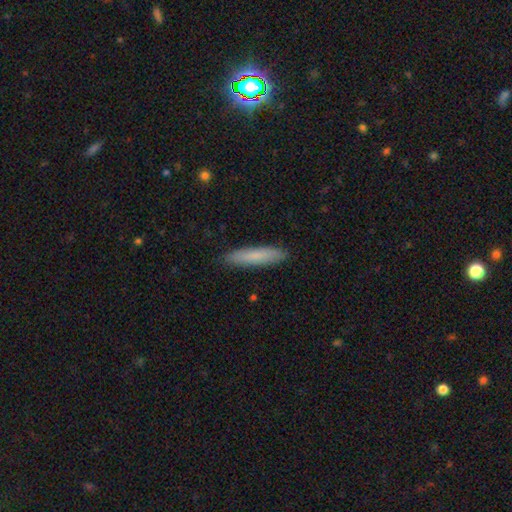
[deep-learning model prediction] smooth_or_featured: smooth (p=0.79) [alt: featured or disk p=0.15]
how_rounded: cigar-shaped (p=0.88) [alt: in between p=0.10]
merging: none (p=0.90) [alt: minor disturbance p=0.07]